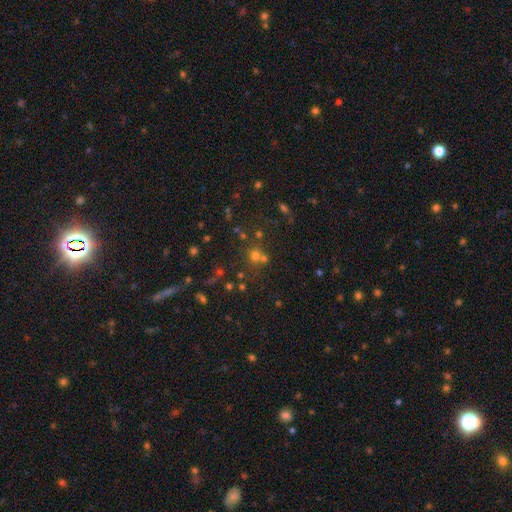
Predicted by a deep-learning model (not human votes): Overall: smooth (55%; star or artifact 33%). How rounded: round (86%). Merging: none (60%; merger 26%).